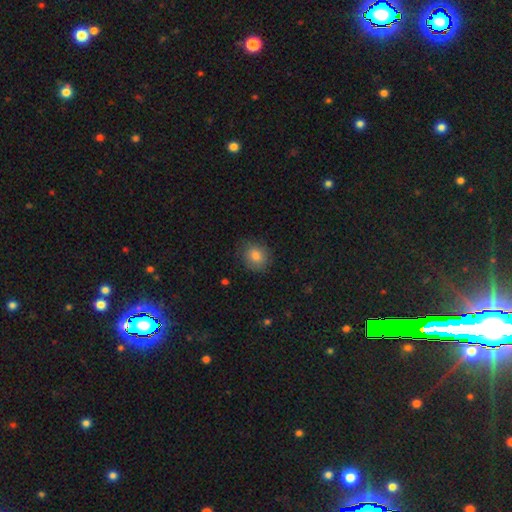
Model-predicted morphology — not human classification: Smooth or featured? Predicted: smooth (p=0.82). How rounded? Predicted: round (p=0.73). Merging? Predicted: none (p=0.79).